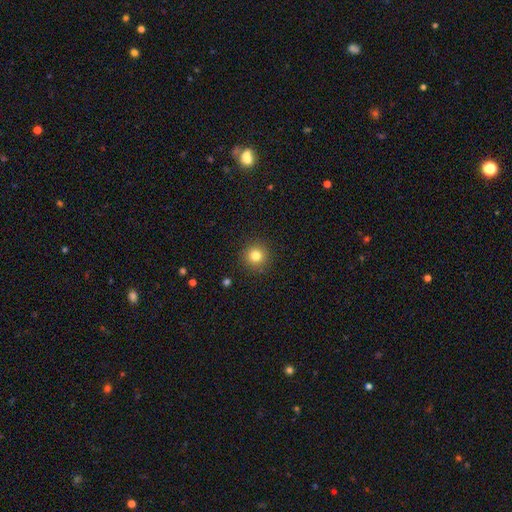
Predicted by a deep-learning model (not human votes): Q: Smooth or featured?
A: smooth (81%); runner-up: star or artifact (12%)
Q: How rounded?
A: round (95%); runner-up: in between (4%)
Q: Merging?
A: none (91%); runner-up: minor disturbance (5%)